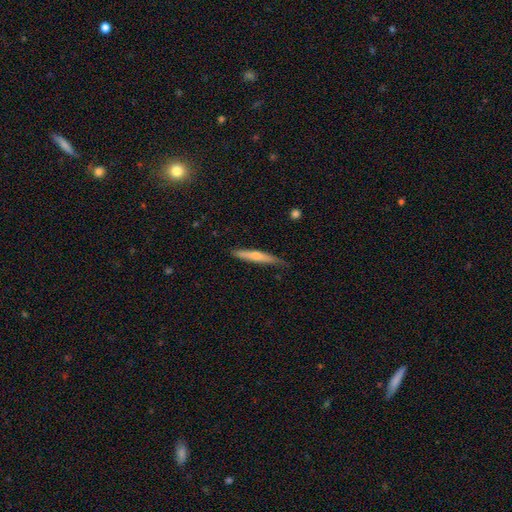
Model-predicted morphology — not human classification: The model was most divided on "smooth or featured": featured or disk: 50%, smooth: 44%, star or artifact: 6%. More confident: merging — none (80%).